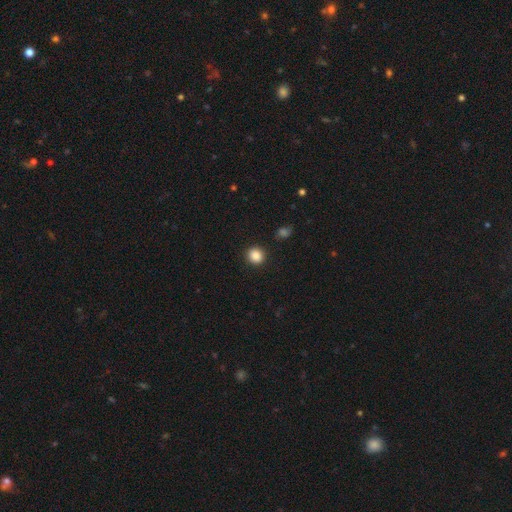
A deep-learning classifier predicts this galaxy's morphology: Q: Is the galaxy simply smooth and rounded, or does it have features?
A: smooth — 87%.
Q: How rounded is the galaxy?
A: round — 85%.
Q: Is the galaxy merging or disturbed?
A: none — 90%.